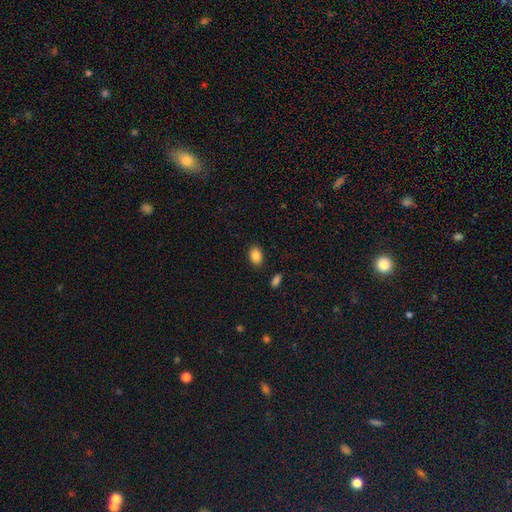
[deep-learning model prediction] Smooth or featured?
  - smooth: 87% *
  - star or artifact: 9%
  - featured or disk: 4%
How rounded?
  - in between: 78% *
  - round: 21%
  - cigar-shaped: 1%
Merging?
  - none: 86% *
  - minor disturbance: 9%
  - major disturbance: 3%
  - merger: 2%